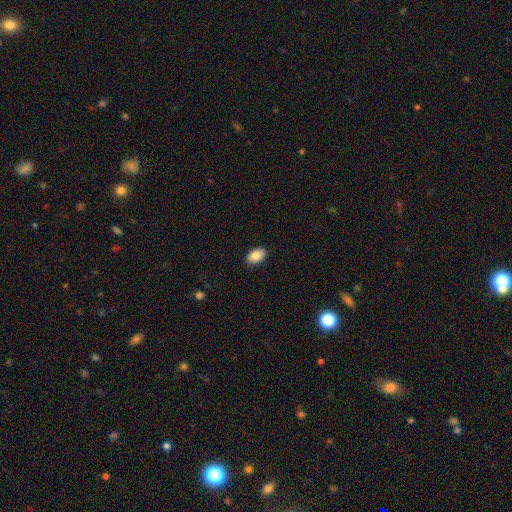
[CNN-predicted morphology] A smooth galaxy with no disk features (85%) that is in between round and cigar-shaped (89%).

Vote fractions:
- Smooth or featured? smooth: 85% / featured or disk: 7% / star or artifact: 7%
- How rounded? in between: 89% / round: 10% / cigar-shaped: 1%
- Merging? none: 87% / minor disturbance: 10% / major disturbance: 2% / merger: 1%